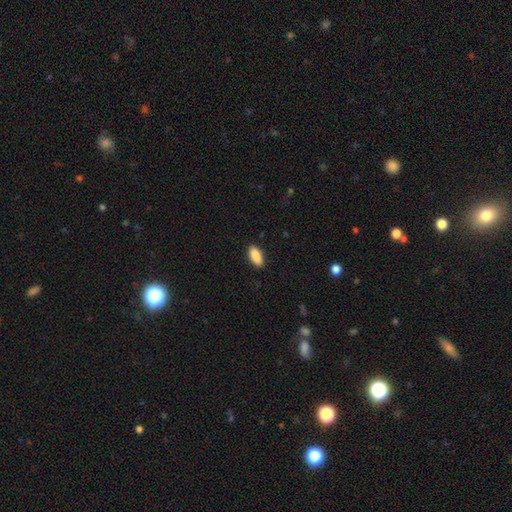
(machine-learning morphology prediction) The model was most divided on "how rounded": in between: 84%, cigar-shaped: 13%, round: 2%. More confident: merging — none (89%); smooth or featured — smooth (88%).